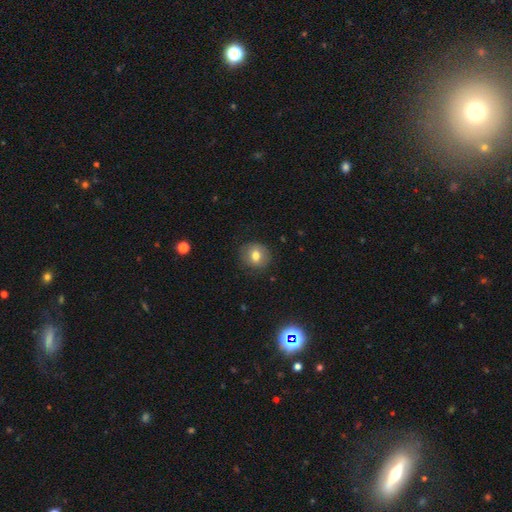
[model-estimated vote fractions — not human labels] smooth 72%, featured or disk 18%, star or artifact 10%. Down the decision tree: how rounded — round (82%); merging — none (84%).